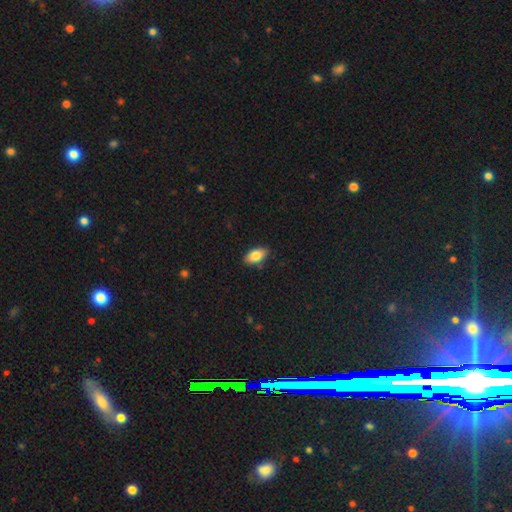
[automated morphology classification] Smooth or featured? smooth (81%)
How rounded? in between (92%)
Merging? none (84%)